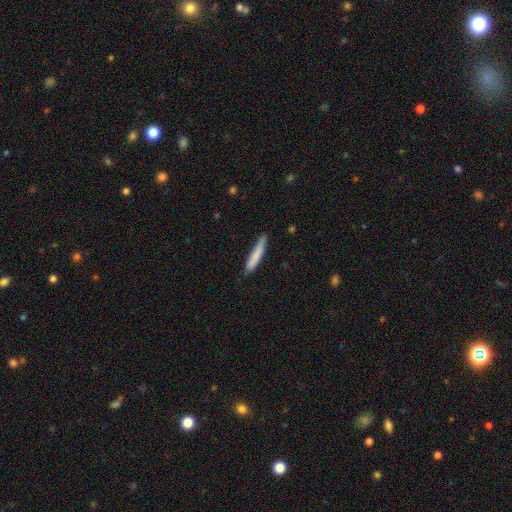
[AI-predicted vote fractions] A smooth galaxy with no disk features (78%) that is cigar-shaped (93%).

Vote fractions:
- Smooth or featured? smooth: 78% / featured or disk: 17% / star or artifact: 6%
- How rounded? cigar-shaped: 93% / in between: 6% / round: 1%
- Merging? none: 81% / minor disturbance: 15% / major disturbance: 2% / merger: 1%